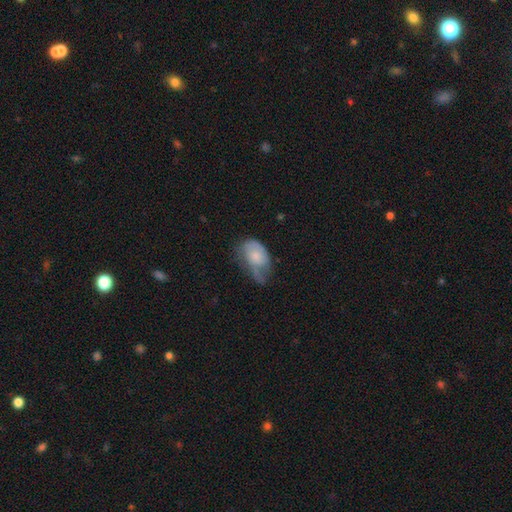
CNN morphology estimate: This appears to be a smooth galaxy with no disk features (56%) that is in between round and cigar-shaped (89%). Merging: minor disturbance (38%).